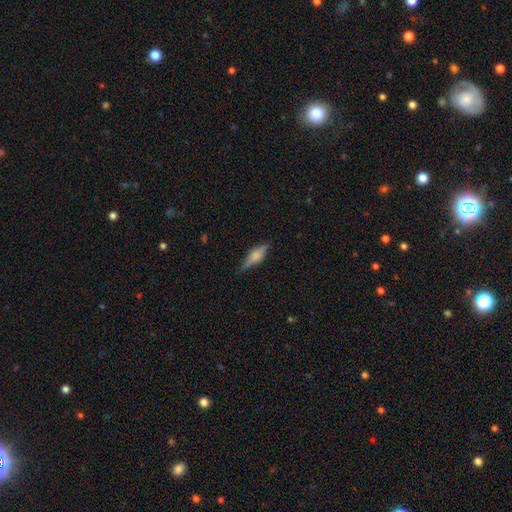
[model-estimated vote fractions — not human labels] smooth-or-featured: featured or disk: 47% | smooth: 45% | star or artifact: 8%
  merging: none: 80% | minor disturbance: 15% | major disturbance: 4% | merger: 1%